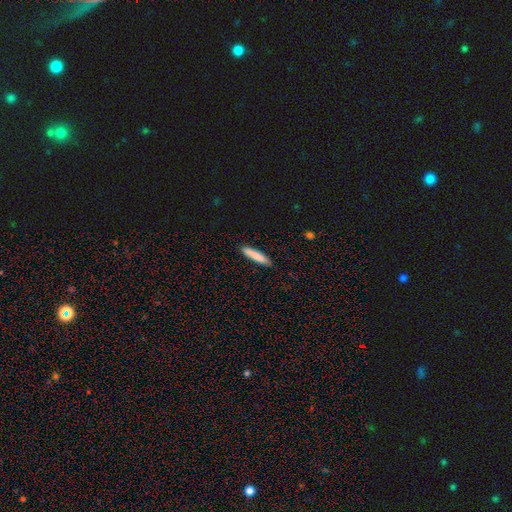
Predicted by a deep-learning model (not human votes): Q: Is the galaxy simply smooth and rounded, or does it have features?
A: smooth — 83%.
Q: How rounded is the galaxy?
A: cigar-shaped — 86%.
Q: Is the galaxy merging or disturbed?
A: none — 89%.